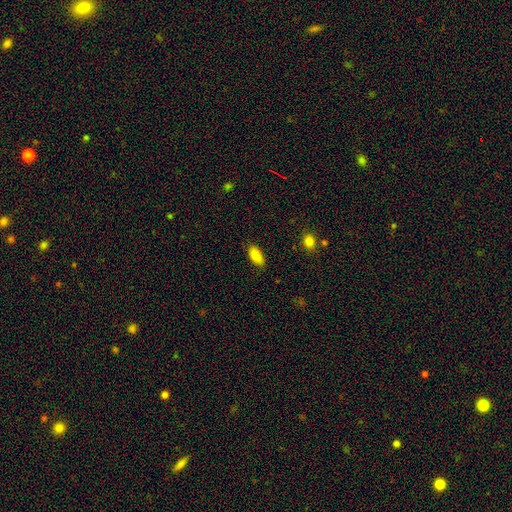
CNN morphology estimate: Smooth or featured?
  - smooth: 88% *
  - star or artifact: 8%
  - featured or disk: 4%
How rounded?
  - in between: 89% *
  - cigar-shaped: 8%
  - round: 2%
Merging?
  - none: 85% *
  - minor disturbance: 11%
  - major disturbance: 3%
  - merger: 1%